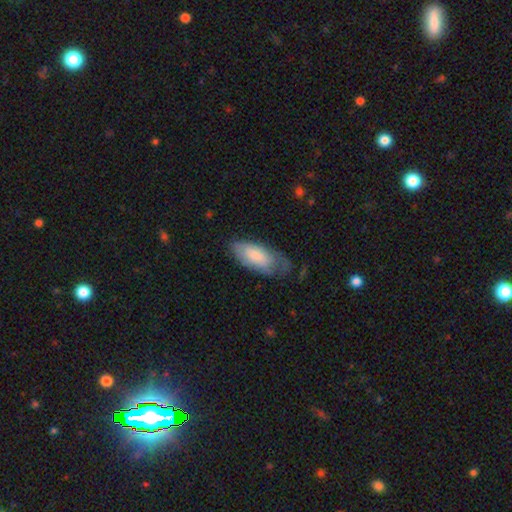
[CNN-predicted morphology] smooth-or-featured: smooth: 72% | featured or disk: 22% | star or artifact: 6%
  how-rounded: in between: 90% | cigar-shaped: 8% | round: 2%
  merging: none: 46% | minor disturbance: 35% | major disturbance: 17% | merger: 2%